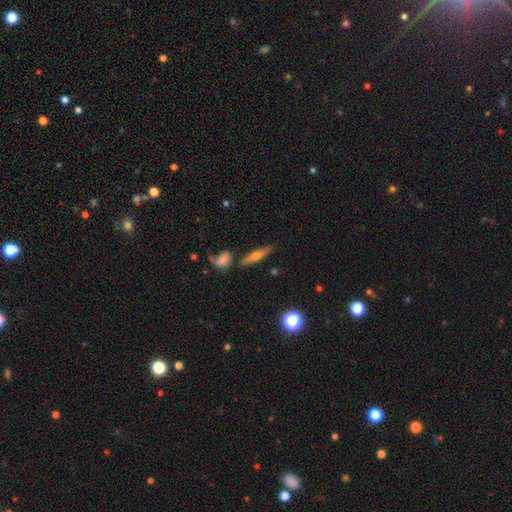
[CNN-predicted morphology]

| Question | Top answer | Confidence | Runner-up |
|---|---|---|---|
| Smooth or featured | featured or disk | 50% | smooth (41%) |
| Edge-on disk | yes | 89% | no (11%) |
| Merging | none | 76% | minor disturbance (12%) |